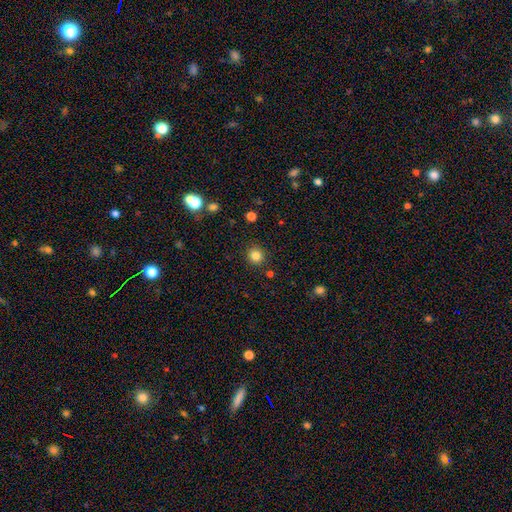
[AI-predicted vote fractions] A smooth galaxy with no disk features (83%) that is round (89%).

Vote fractions:
- Smooth or featured? smooth: 83% / star or artifact: 12% / featured or disk: 5%
- How rounded? round: 89% / in between: 10% / cigar-shaped: 1%
- Merging? none: 89% / minor disturbance: 7% / major disturbance: 2% / merger: 2%